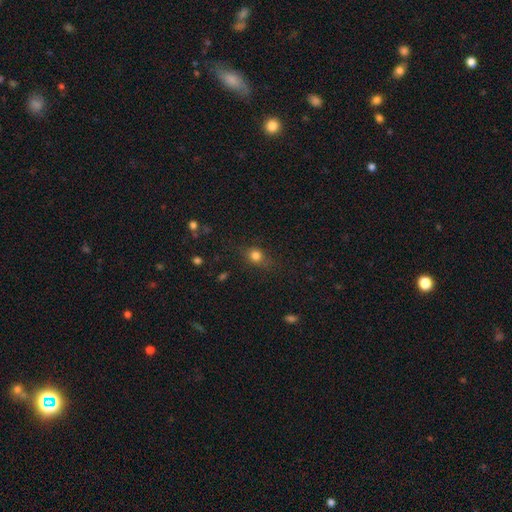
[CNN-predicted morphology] The model was most divided on "how rounded": round: 67%, in between: 31%, cigar-shaped: 2%. More confident: smooth or featured — smooth (78%); merging — none (76%).